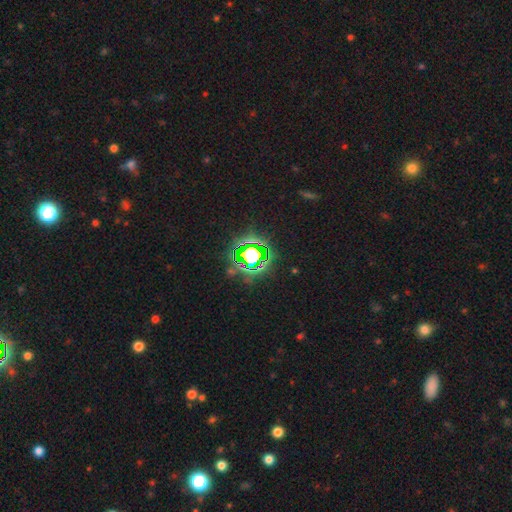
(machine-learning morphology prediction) Smooth or featured? Predicted: star or artifact (p=0.71).